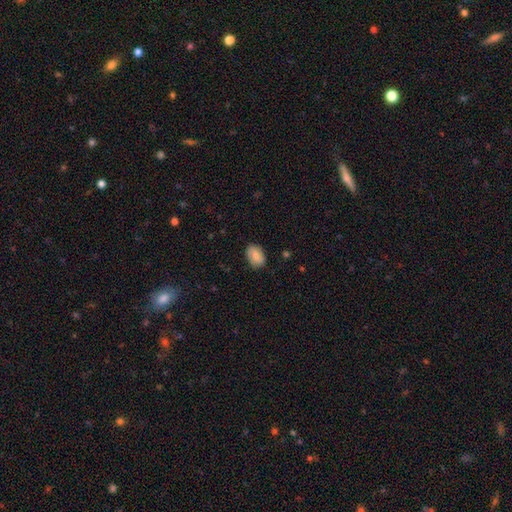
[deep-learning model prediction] smooth_or_featured: smooth (p=0.72) [alt: featured or disk p=0.20]
how_rounded: in between (p=0.84) [alt: round p=0.15]
merging: none (p=0.82) [alt: minor disturbance p=0.14]